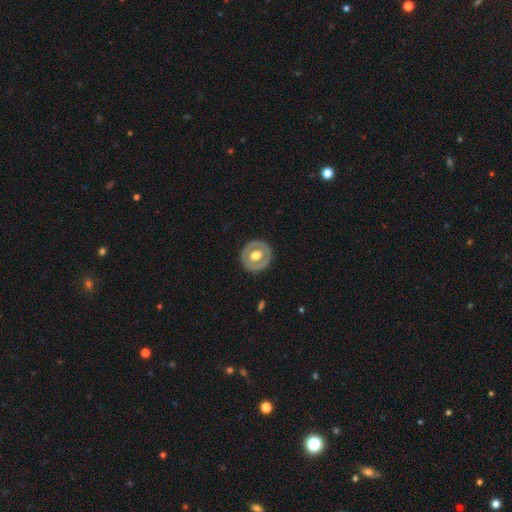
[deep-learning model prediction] The model was most divided on "smooth or featured": featured or disk: 53%, smooth: 42%, star or artifact: 5%. More confident: edge-on disk — no (93%); merging — none (87%).